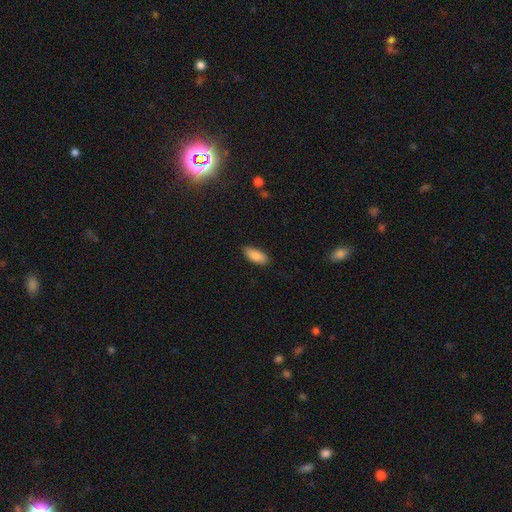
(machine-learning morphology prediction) smooth_or_featured: smooth (p=0.88) [alt: star or artifact p=0.06]
how_rounded: in between (p=0.85) [alt: cigar-shaped p=0.13]
merging: none (p=0.86) [alt: minor disturbance p=0.11]